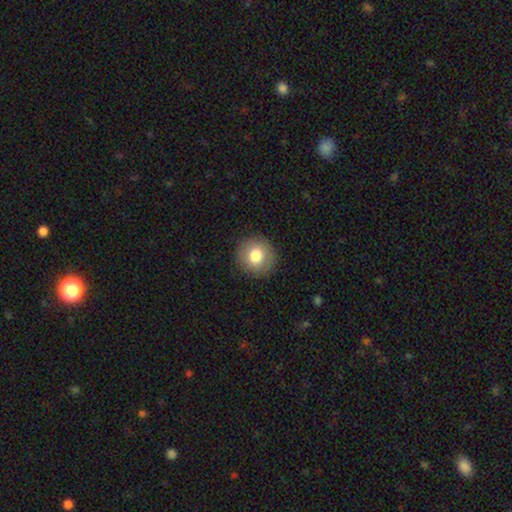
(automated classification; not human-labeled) smooth_or_featured: smooth (p=0.79) [alt: featured or disk p=0.12]
how_rounded: round (p=0.90) [alt: in between p=0.09]
merging: none (p=0.91) [alt: minor disturbance p=0.06]